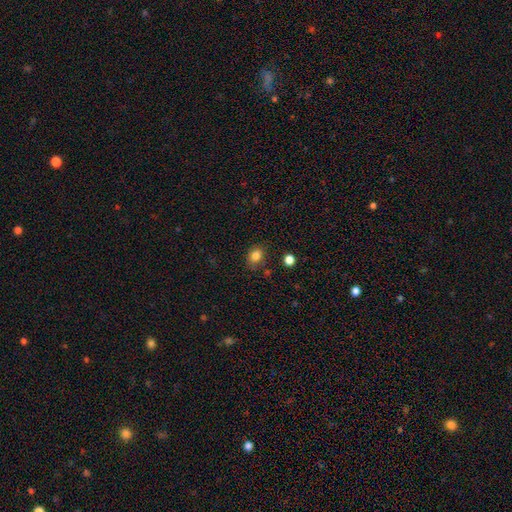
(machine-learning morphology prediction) Overall: smooth (83%). How rounded: in between (51%; round 48%). Merging: none (77%).